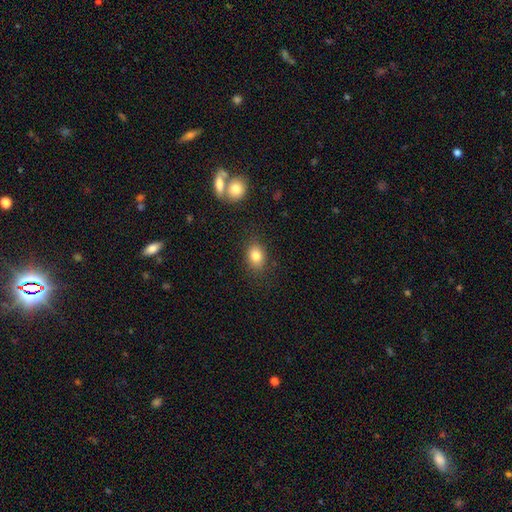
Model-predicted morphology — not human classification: A smooth galaxy with no disk features (82%) that is in between round and cigar-shaped (67%). Merging: none (82%).